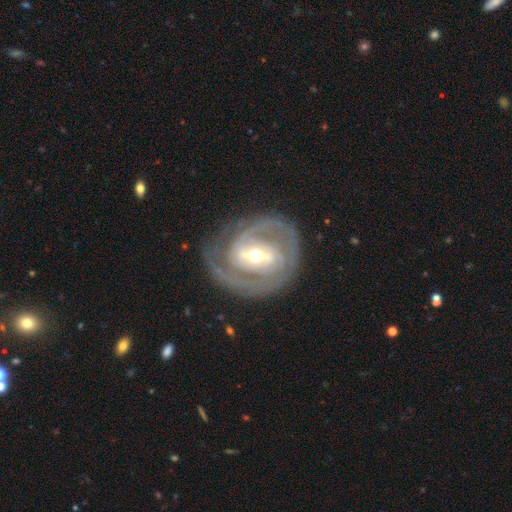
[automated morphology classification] featured or disk 89%, smooth 6%, star or artifact 4%. Down the decision tree: edge-on disk — no (96%); bar — strong (48%); spiral arms — yes (96%); spiral arm count — 2 (73%); spiral winding — tight (60%); bulge size — moderate (60%); merging — none (79%).